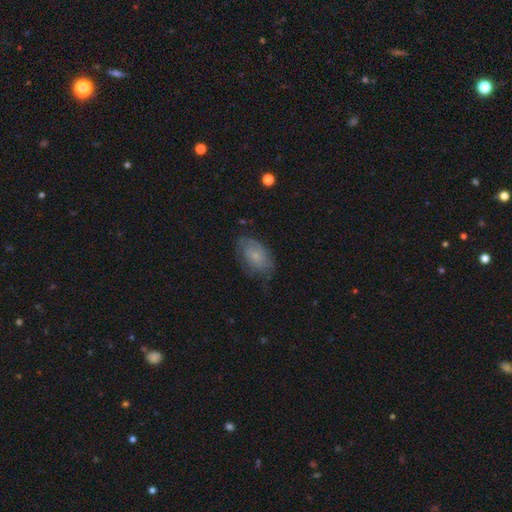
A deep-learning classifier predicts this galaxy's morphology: smooth_or_featured: smooth (p=0.50) [alt: featured or disk p=0.42]
how_rounded: in between (p=0.89) [alt: round p=0.09]
merging: none (p=0.59) [alt: minor disturbance p=0.28]